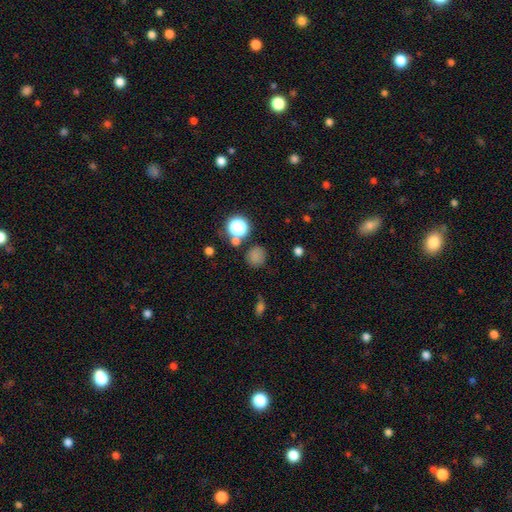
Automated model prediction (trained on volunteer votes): smooth-or-featured: smooth: 74% | star or artifact: 20% | featured or disk: 6%
  how-rounded: round: 88% | in between: 11% | cigar-shaped: 1%
  merging: none: 75% | minor disturbance: 12% | merger: 8% | major disturbance: 4%